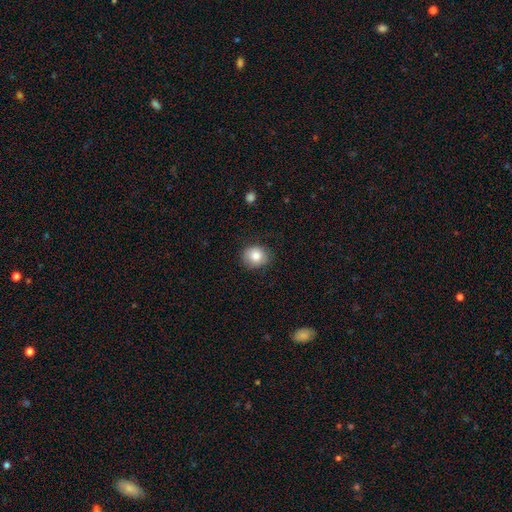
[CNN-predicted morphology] type=smooth (82%); roundness=round (72%); merging=none (82%).